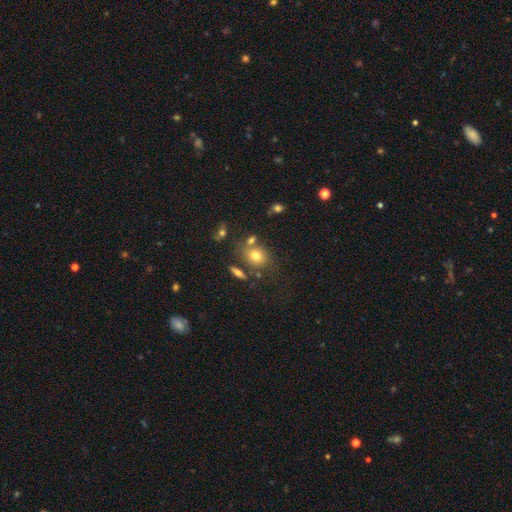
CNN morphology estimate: A smooth galaxy with no disk features (74%) that is round (57%). Merging: none (62%).